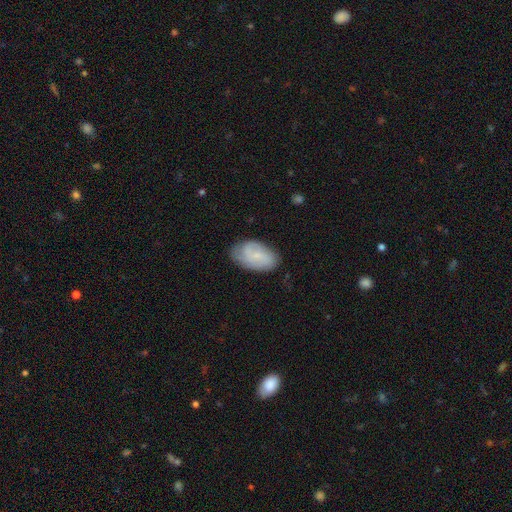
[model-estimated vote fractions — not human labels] Smooth or featured? Predicted: smooth (p=0.48). Merging? Predicted: none (p=0.69).